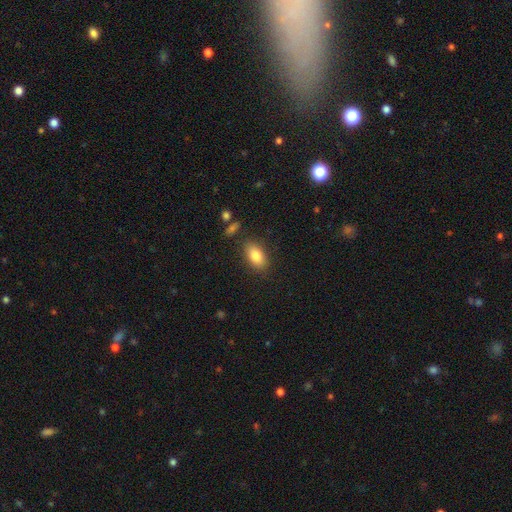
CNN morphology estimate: The model was most divided on "merging": none: 84%, minor disturbance: 11%, major disturbance: 3%, merger: 2%. More confident: how rounded — in between (91%); smooth or featured — smooth (83%).